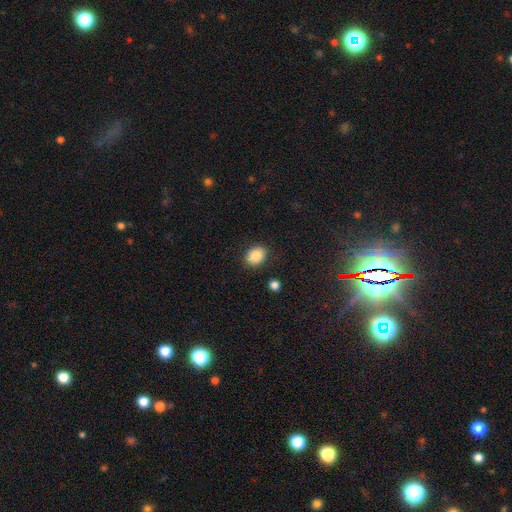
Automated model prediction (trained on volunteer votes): smooth 87%, star or artifact 8%, featured or disk 5%. Down the decision tree: how rounded — in between (60%); merging — none (86%).